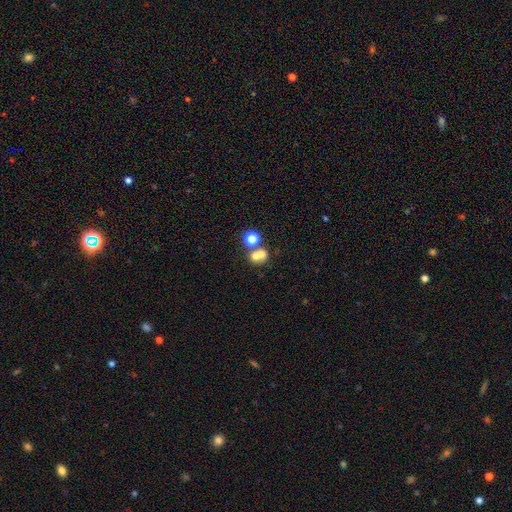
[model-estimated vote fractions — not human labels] smooth_or_featured: smooth (p=0.64) [alt: featured or disk p=0.19]
how_rounded: round (p=0.75) [alt: in between p=0.24]
merging: merger (p=0.54) [alt: none p=0.36]